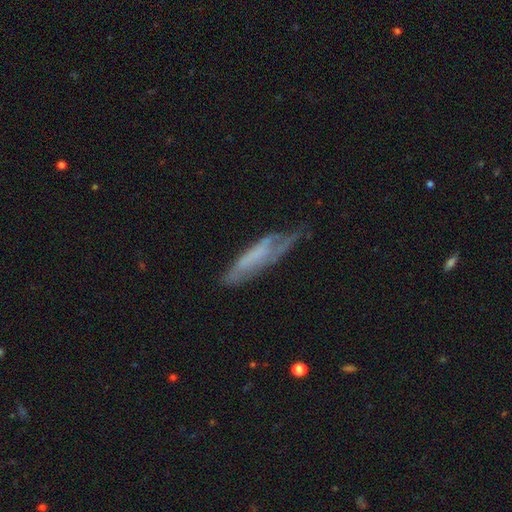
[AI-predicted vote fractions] Smooth or featured? featured or disk (50%)
Merging? none (43%)